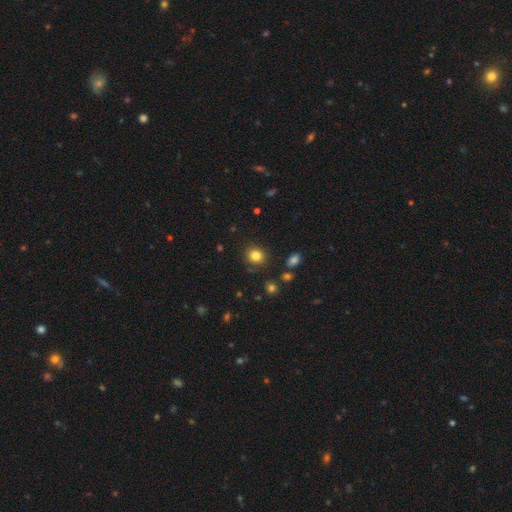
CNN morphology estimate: Smooth or featured? Predicted: smooth (p=0.82). How rounded? Predicted: round (p=0.83). Merging? Predicted: none (p=0.87).